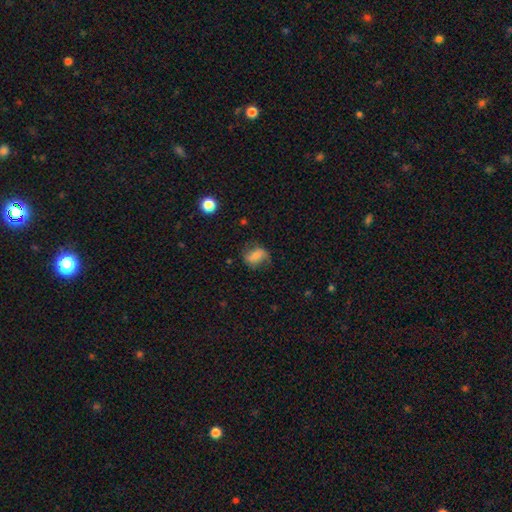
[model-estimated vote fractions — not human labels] Smooth or featured?
  - smooth: 58% *
  - featured or disk: 32%
  - star or artifact: 9%
How rounded?
  - in between: 68% *
  - round: 30%
  - cigar-shaped: 2%
Merging?
  - none: 60% *
  - minor disturbance: 26%
  - major disturbance: 12%
  - merger: 2%